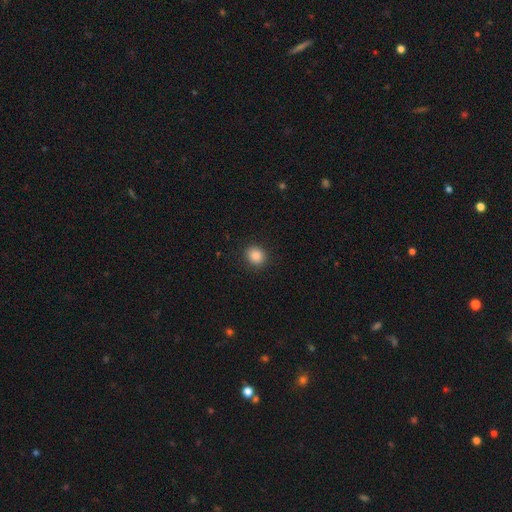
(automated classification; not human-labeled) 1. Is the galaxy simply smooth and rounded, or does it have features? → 87% smooth, 10% star or artifact, 3% featured or disk.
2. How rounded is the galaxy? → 78% round, 21% in between, 1% cigar-shaped.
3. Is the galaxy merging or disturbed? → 91% none, 6% minor disturbance, 2% major disturbance, 1% merger.